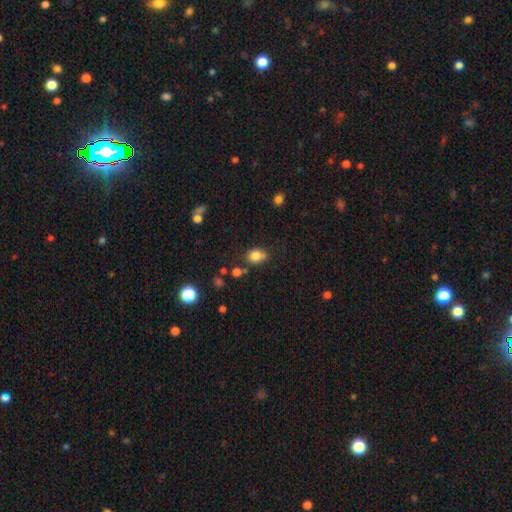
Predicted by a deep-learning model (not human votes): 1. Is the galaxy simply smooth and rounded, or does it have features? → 80% smooth, 12% star or artifact, 8% featured or disk.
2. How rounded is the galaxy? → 50% in between, 49% round, 1% cigar-shaped.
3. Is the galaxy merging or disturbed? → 60% none, 21% minor disturbance, 13% merger, 6% major disturbance.